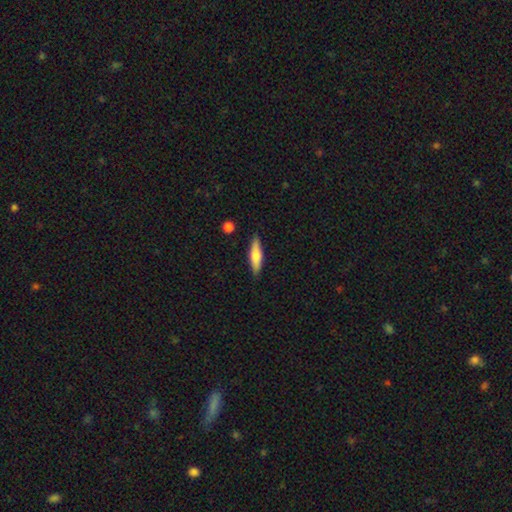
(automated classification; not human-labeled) This appears to be a smooth galaxy with no disk features (63%) that is cigar-shaped (64%). Merging: none (87%).